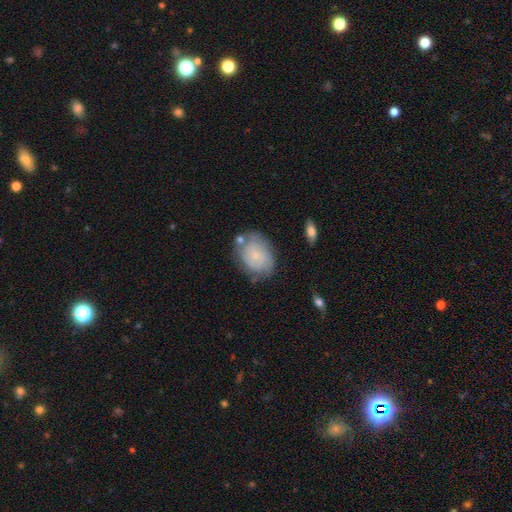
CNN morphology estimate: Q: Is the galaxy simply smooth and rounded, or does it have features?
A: smooth — 50%.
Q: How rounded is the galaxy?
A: in between — 64%.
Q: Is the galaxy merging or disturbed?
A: none — 64%.